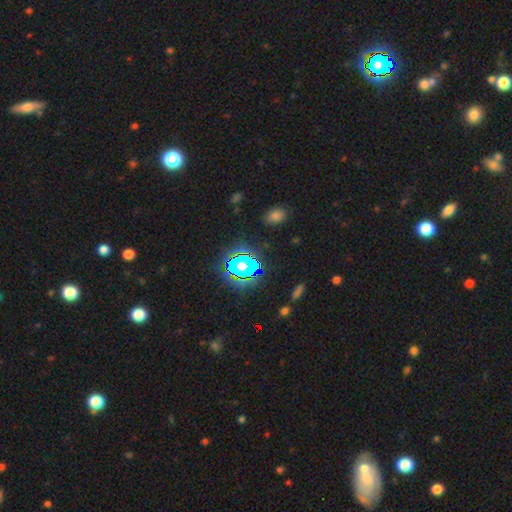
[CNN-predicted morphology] This appears to be a star or artifact, not a galaxy (81%).